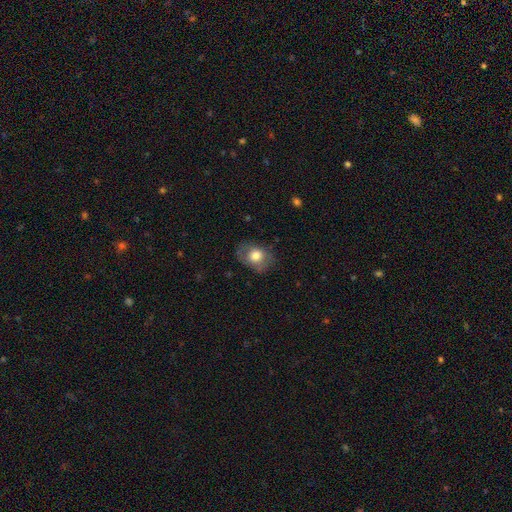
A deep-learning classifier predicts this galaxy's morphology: Smooth or featured? smooth (72%)
How rounded? in between (62%)
Merging? none (71%)